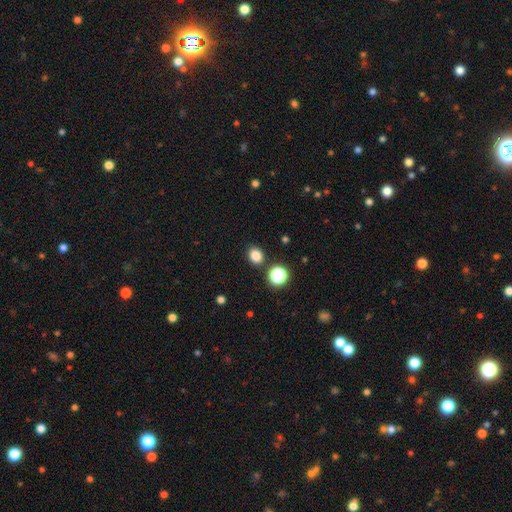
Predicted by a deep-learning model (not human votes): Morphology: type=smooth (82%); roundness=round (61%); merging=none (86%).